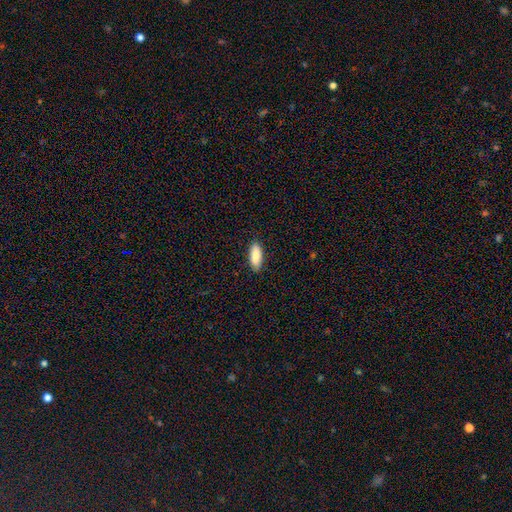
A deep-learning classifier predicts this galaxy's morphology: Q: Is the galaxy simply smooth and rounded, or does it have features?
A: smooth — 87%.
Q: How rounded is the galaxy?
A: in between — 78%.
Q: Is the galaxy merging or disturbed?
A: none — 88%.